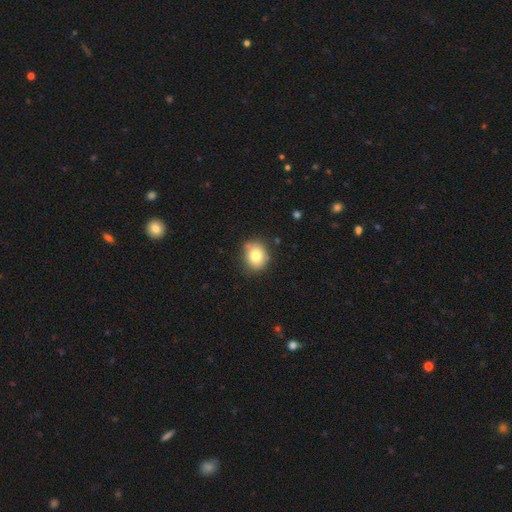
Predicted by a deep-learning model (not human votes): A smooth galaxy with no disk features (80%) that is round (63%). Merging: none (77%).